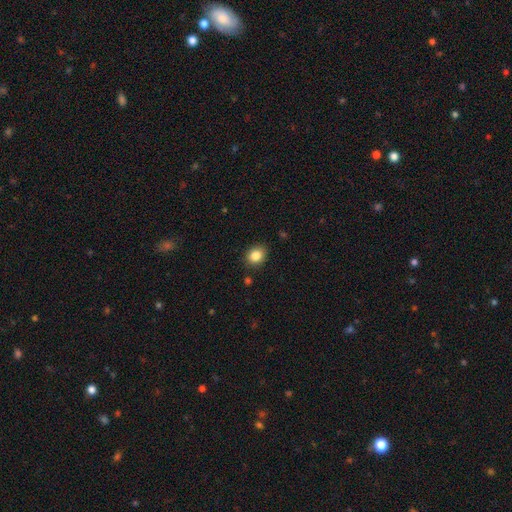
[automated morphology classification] Smooth or featured? Predicted: smooth (p=0.85). How rounded? Predicted: round (p=0.56). Merging? Predicted: none (p=0.87).